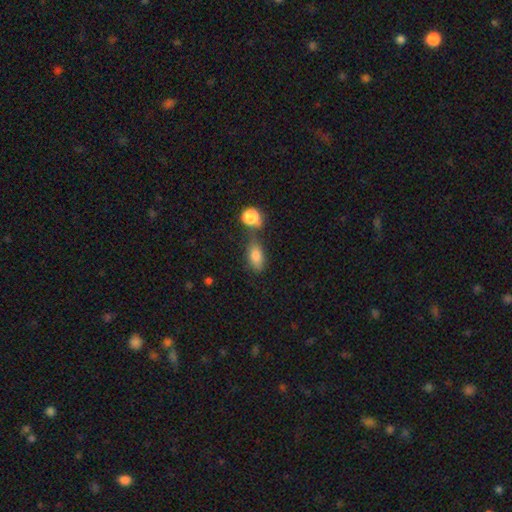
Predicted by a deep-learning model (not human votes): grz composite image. It shows a smooth galaxy with no disk features (80%) that is in between round and cigar-shaped (84%). Merging: none (57%).